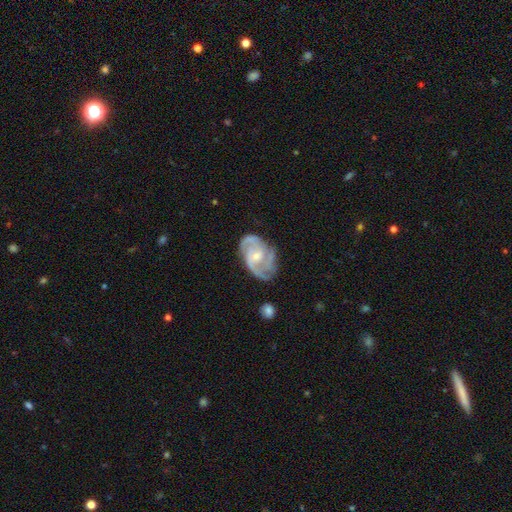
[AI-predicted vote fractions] Smooth or featured: featured or disk — 87% (smooth — 8%)
Edge-on disk: no — 98% (yes — 2%)
Bar: no — 52% (weak — 39%)
Spiral arms: yes — 96% (no — 4%)
Spiral winding: medium — 48% (tight — 40%)
Spiral arm count: 2 — 39% (3 — 35%)
Bulge size: small — 57% (moderate — 39%)
Merging: none — 64% (minor disturbance — 24%)